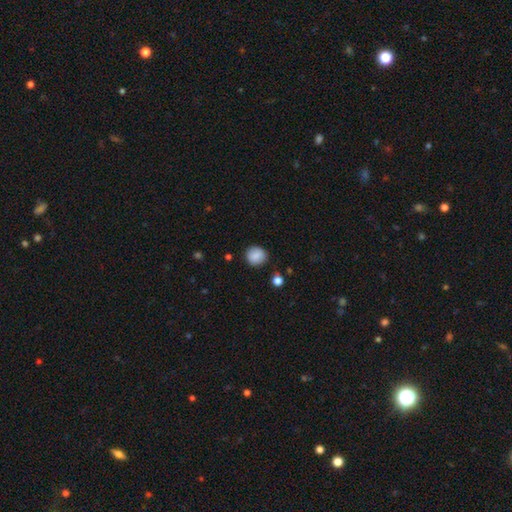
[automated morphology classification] This appears to be a smooth galaxy with no disk features (85%) that is round (86%). Merging: none (85%).